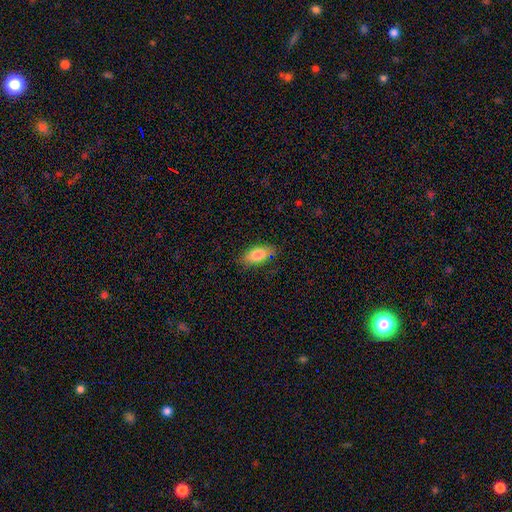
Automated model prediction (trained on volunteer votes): Smooth or featured?
  - smooth: 83% *
  - featured or disk: 10%
  - star or artifact: 7%
How rounded?
  - in between: 87% *
  - cigar-shaped: 9%
  - round: 4%
Merging?
  - none: 84% *
  - minor disturbance: 12%
  - major disturbance: 3%
  - merger: 1%